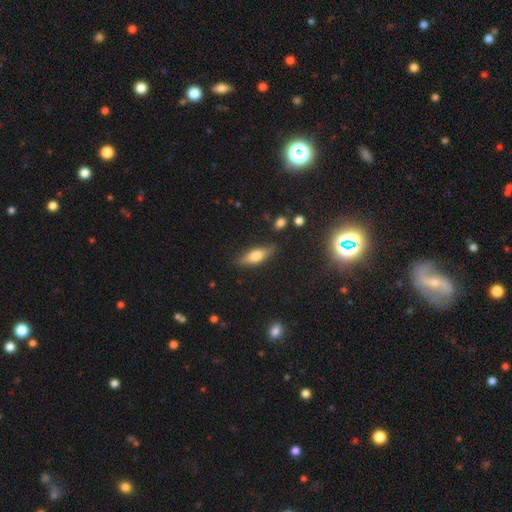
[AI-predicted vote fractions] Morphology: type=smooth (59%); roundness=in between (56%); merging=none (81%).